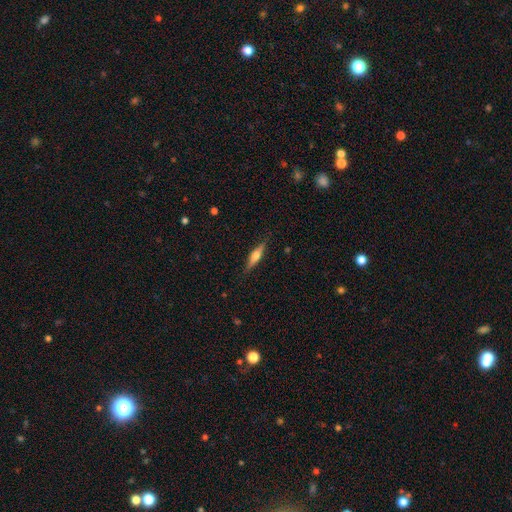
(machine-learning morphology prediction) smooth-or-featured: featured or disk: 54% | smooth: 40% | star or artifact: 6%
  disk-edge-on: yes: 95% | no: 5%
    edge-on-bulge: rounded: 90% | boxy: 6% | none: 4%
  merging: none: 87% | minor disturbance: 10% | major disturbance: 2% | merger: 1%